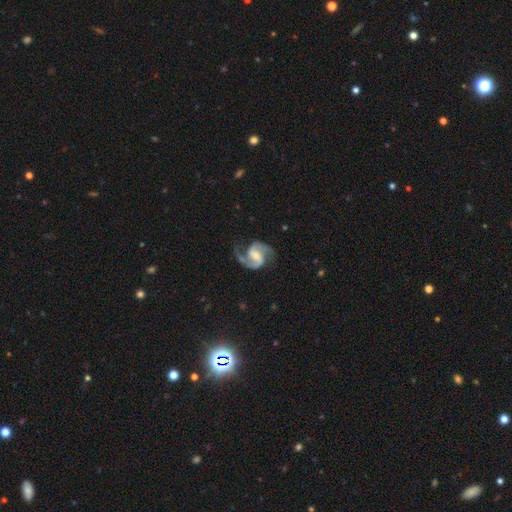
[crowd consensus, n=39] A featured or disk galaxy (90%) with a weak bar (44%), 2 (100%) medium (79%) spiral arms (100%) and a moderate central bulge (53%). Merging: none (73%).